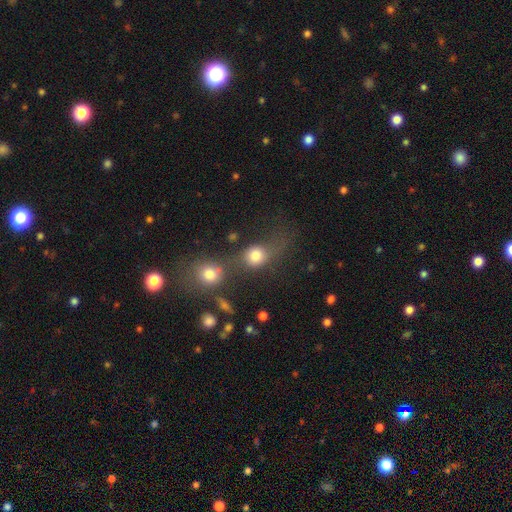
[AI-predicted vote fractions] smooth 76%, star or artifact 13%, featured or disk 11%. Down the decision tree: how rounded — round (67%); merging — none (36%, tied with merger).